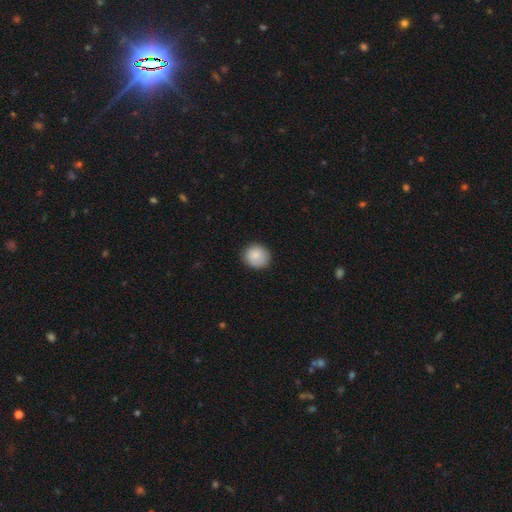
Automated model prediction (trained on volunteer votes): Smooth or featured: smooth — 85% (star or artifact — 8%)
How rounded: round — 84% (in between — 15%)
Merging: none — 86% (minor disturbance — 11%)